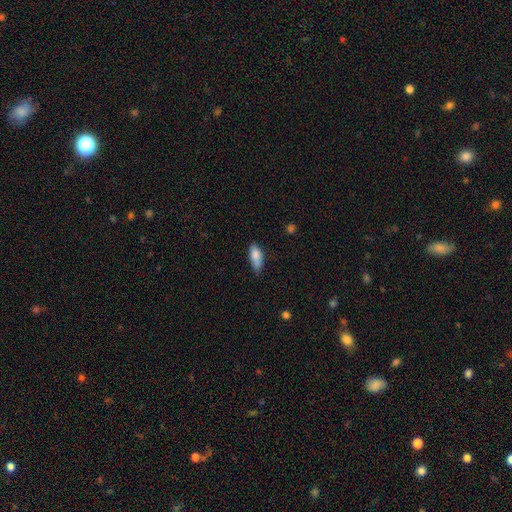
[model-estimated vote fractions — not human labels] A smooth galaxy with no disk features (83%) that is in between round and cigar-shaped (79%). Merging: none (59%).